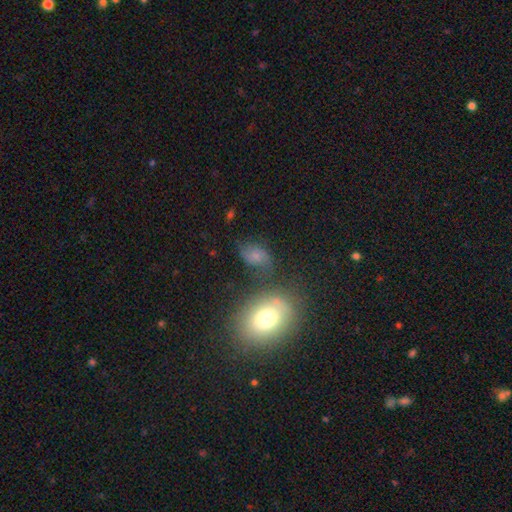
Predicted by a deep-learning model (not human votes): Smooth or featured? smooth (51%)
How rounded? in between (75%)
Merging? none (52%)